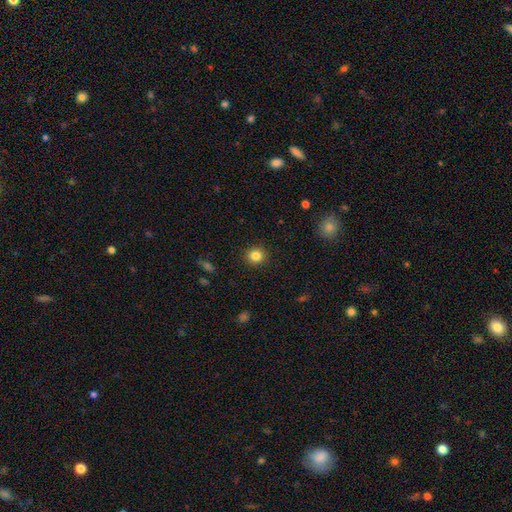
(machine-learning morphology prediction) Smooth or featured? smooth (84%)
How rounded? round (90%)
Merging? none (92%)